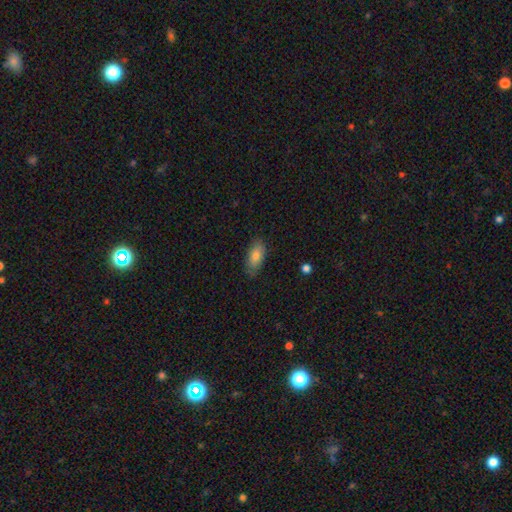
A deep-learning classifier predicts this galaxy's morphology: smooth-or-featured: smooth: 79% | featured or disk: 14% | star or artifact: 7%
  how-rounded: in between: 88% | cigar-shaped: 9% | round: 3%
  merging: none: 80% | minor disturbance: 16% | major disturbance: 3% | merger: 1%